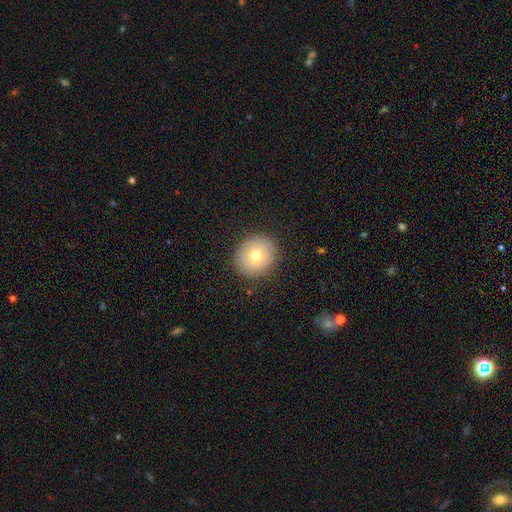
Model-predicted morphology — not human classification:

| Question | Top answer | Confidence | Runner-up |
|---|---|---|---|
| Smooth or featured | smooth | 70% | featured or disk (20%) |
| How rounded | round | 85% | in between (15%) |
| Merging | none | 86% | minor disturbance (9%) |